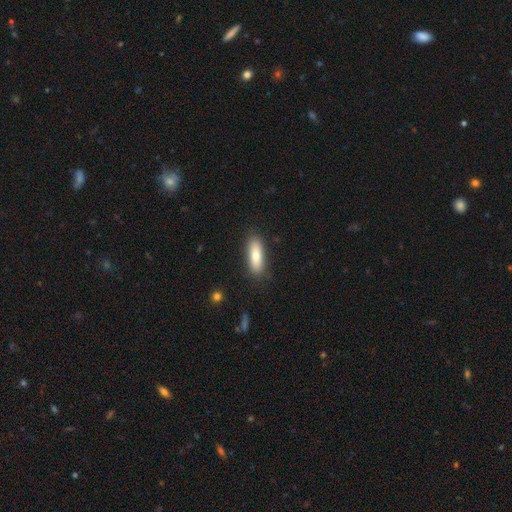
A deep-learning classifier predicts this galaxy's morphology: Smooth or featured?
  - smooth: 80% *
  - featured or disk: 14%
  - star or artifact: 6%
How rounded?
  - in between: 58% *
  - cigar-shaped: 40%
  - round: 2%
Merging?
  - none: 85% *
  - minor disturbance: 11%
  - major disturbance: 3%
  - merger: 1%